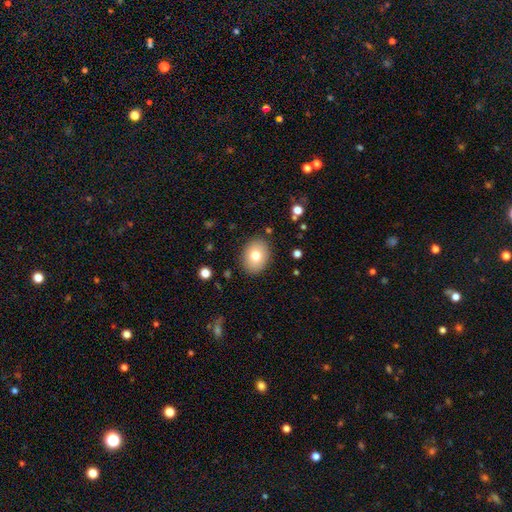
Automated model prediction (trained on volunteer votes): This is likely a smooth galaxy (77%). How rounded: likely in between (61%). Merging: clearly none (88%).